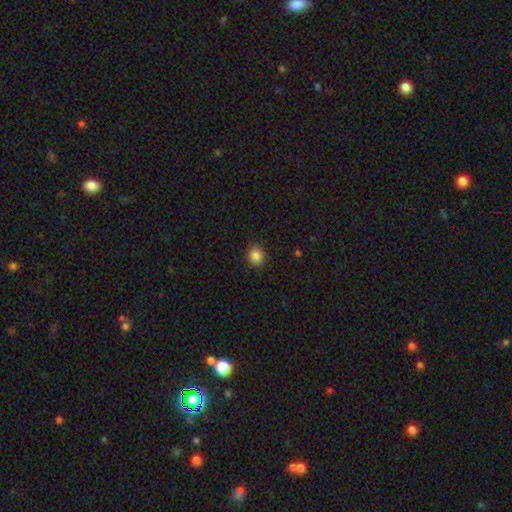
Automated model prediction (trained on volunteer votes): A smooth galaxy with no disk features (85%) that is round (84%). Merging: none (90%).